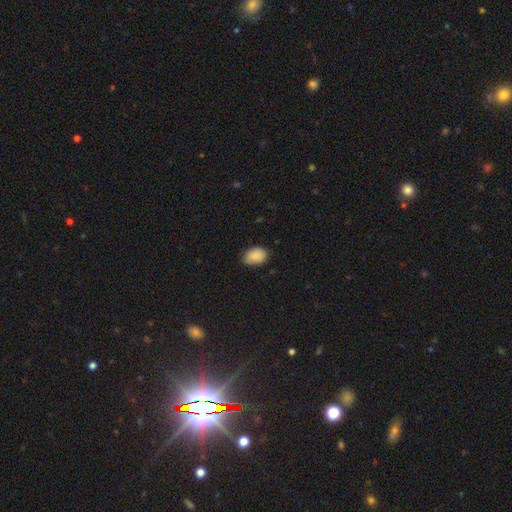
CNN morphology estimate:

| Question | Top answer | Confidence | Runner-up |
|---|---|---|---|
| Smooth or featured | smooth | 87% | star or artifact (8%) |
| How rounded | in between | 82% | round (17%) |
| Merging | none | 73% | minor disturbance (23%) |